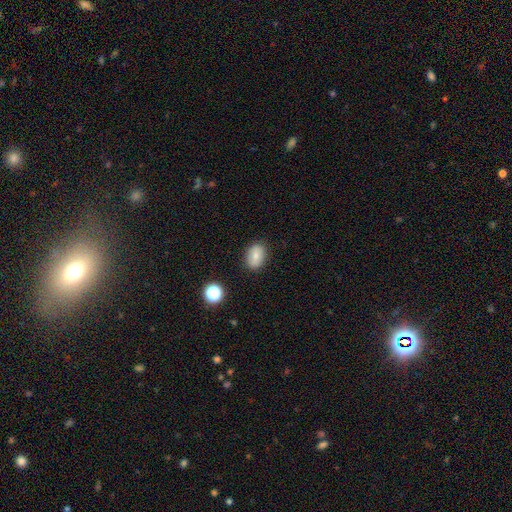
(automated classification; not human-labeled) smooth 78%, featured or disk 12%, star or artifact 10%. Down the decision tree: how rounded — in between (79%); merging — none (85%).